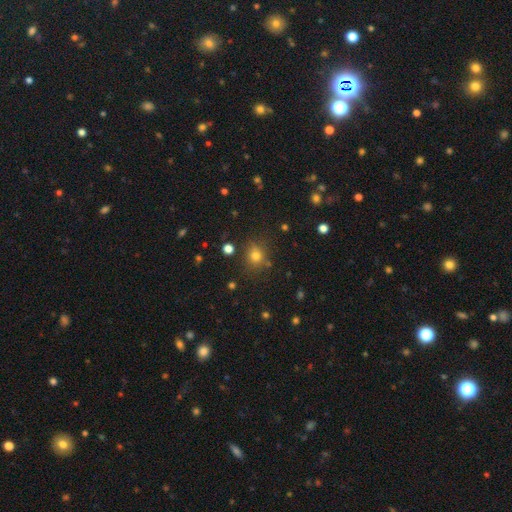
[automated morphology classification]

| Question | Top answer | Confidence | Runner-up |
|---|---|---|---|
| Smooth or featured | smooth | 74% | star or artifact (18%) |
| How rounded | round | 79% | in between (20%) |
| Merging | none | 79% | minor disturbance (12%) |